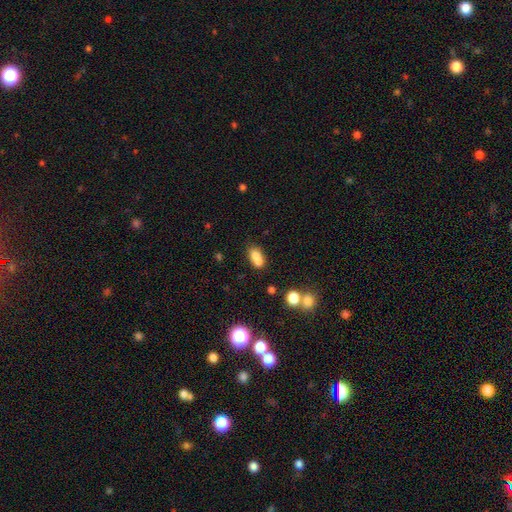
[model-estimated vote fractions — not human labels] Smooth or featured? smooth (71%)
How rounded? in between (67%)
Merging? merger (59%)